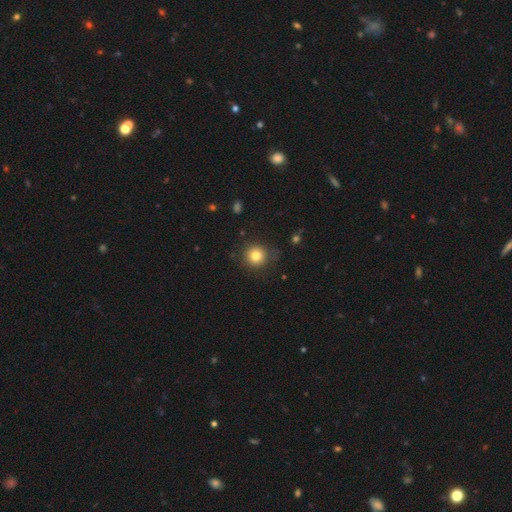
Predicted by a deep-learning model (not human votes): This is clearly a smooth galaxy (81%). How rounded: clearly round (94%). Merging: clearly none (86%).